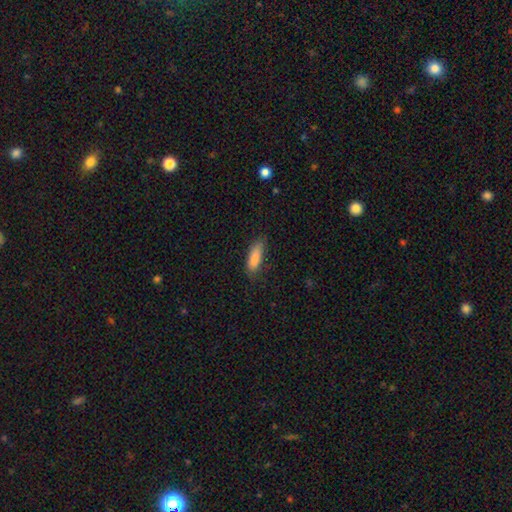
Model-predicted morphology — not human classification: A smooth galaxy with no disk features (84%) that is in between round and cigar-shaped (50%).

Vote fractions:
- Smooth or featured? smooth: 84% / featured or disk: 9% / star or artifact: 7%
- How rounded? in between: 50% / cigar-shaped: 48% / round: 2%
- Merging? none: 76% / minor disturbance: 19% / major disturbance: 4% / merger: 1%